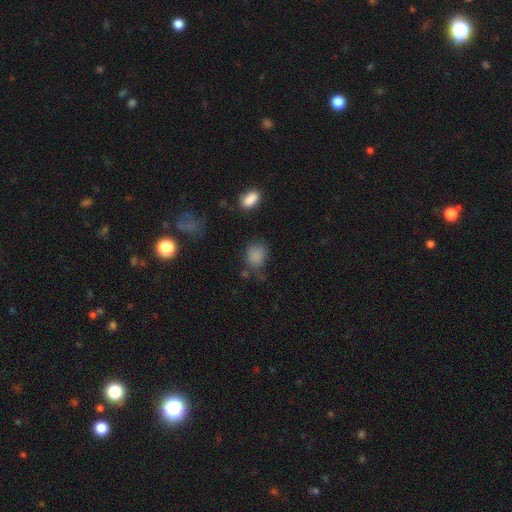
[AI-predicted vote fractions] This is clearly a smooth galaxy (83%). How rounded: possibly round (58%). Merging: possibly none (57%).